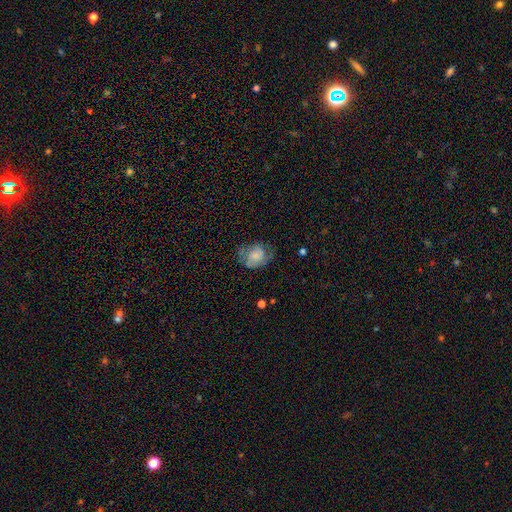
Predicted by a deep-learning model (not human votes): This is possibly a smooth galaxy (49%). Merging: possibly none (53%).